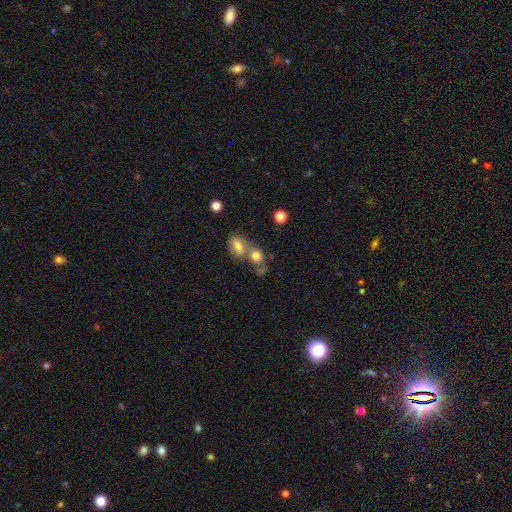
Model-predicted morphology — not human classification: This appears to be a smooth galaxy with no disk features (76%) that is round (53%). Merging: merger (59%).